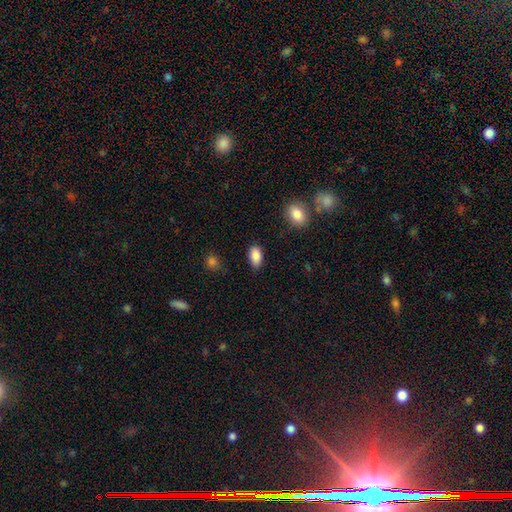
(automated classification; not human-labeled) A smooth galaxy with no disk features (88%) that is in between round and cigar-shaped (92%).

Vote fractions:
- Smooth or featured? smooth: 88% / star or artifact: 8% / featured or disk: 4%
- How rounded? in between: 92% / round: 6% / cigar-shaped: 2%
- Merging? none: 79% / minor disturbance: 16% / major disturbance: 3% / merger: 2%